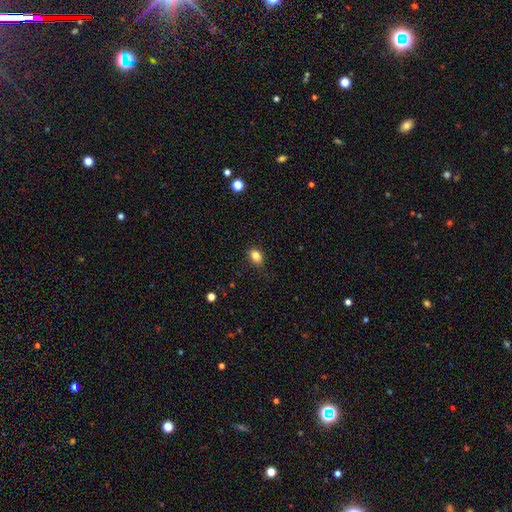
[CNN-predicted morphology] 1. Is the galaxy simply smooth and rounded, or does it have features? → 82% smooth, 11% star or artifact, 7% featured or disk.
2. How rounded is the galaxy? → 69% in between, 30% round, 1% cigar-shaped.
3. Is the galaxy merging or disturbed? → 81% none, 15% minor disturbance, 3% major disturbance, 1% merger.